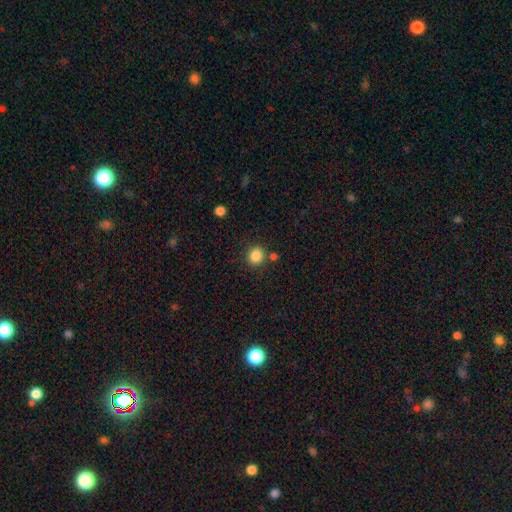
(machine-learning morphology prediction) smooth_or_featured: smooth (p=0.86) [alt: star or artifact p=0.10]
how_rounded: round (p=0.83) [alt: in between p=0.16]
merging: none (p=0.80) [alt: minor disturbance p=0.09]